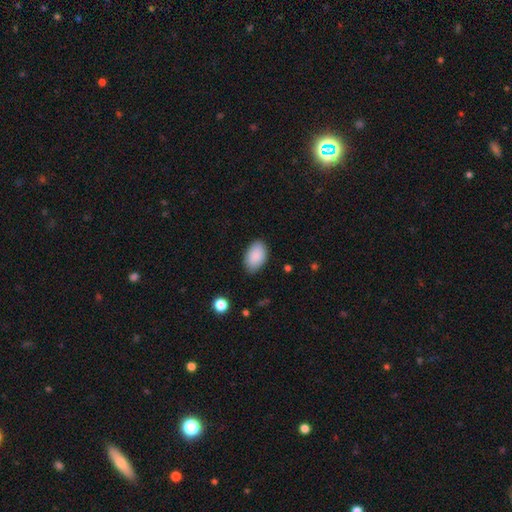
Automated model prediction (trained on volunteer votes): Morphology: type=smooth (90%); roundness=in between (93%); merging=none (84%).